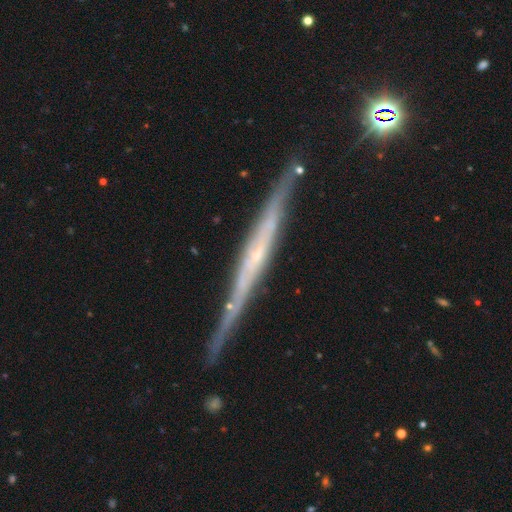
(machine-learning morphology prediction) featured or disk 79%, smooth 15%, star or artifact 6%. Down the decision tree: edge-on disk — yes (95%); edge-on bulge — none (62%); merging — none (81%).